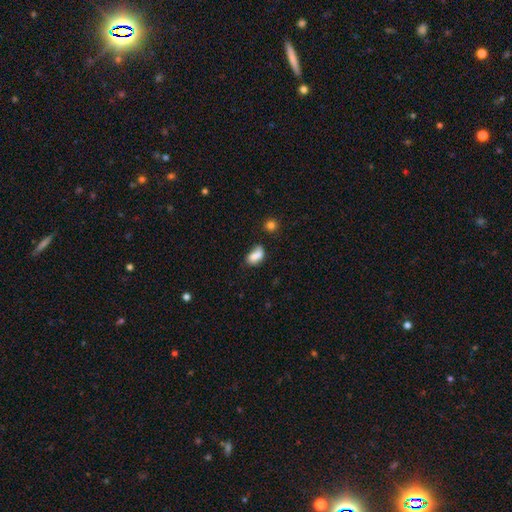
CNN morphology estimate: Smooth or featured: smooth — 76% (featured or disk — 13%)
How rounded: in between — 83% (round — 12%)
Merging: none — 40% (minor disturbance — 26%)